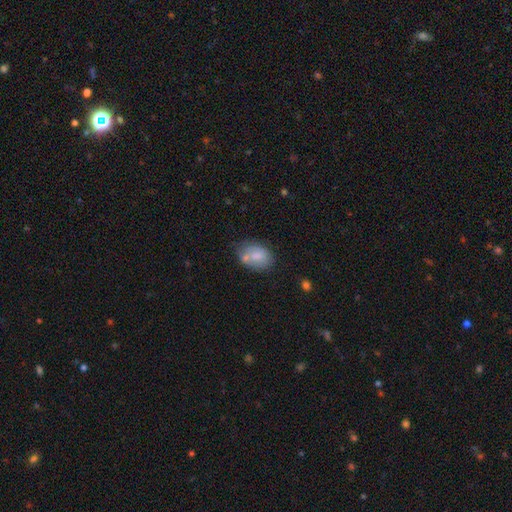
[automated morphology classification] Q: Smooth or featured?
A: smooth (70%); runner-up: featured or disk (22%)
Q: How rounded?
A: in between (77%); runner-up: round (22%)
Q: Merging?
A: none (55%); runner-up: minor disturbance (22%)